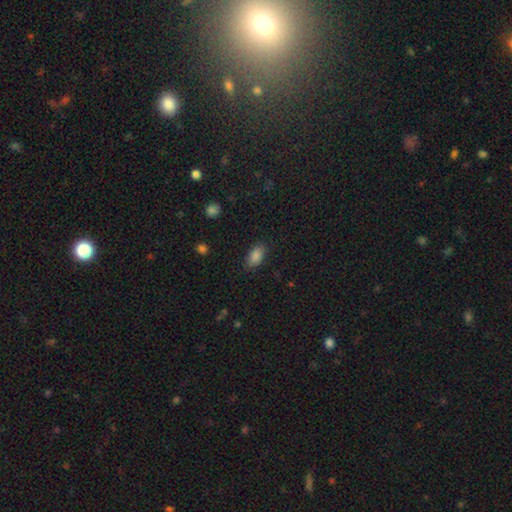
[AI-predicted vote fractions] A smooth galaxy with no disk features (86%) that is in between round and cigar-shaped (91%). Merging: none (84%).